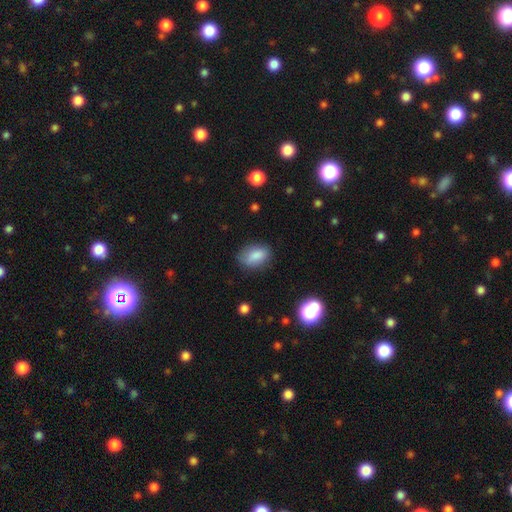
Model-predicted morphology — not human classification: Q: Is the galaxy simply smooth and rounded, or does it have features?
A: smooth — 83%.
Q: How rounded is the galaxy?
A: in between — 86%.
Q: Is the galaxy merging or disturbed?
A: none — 71%.